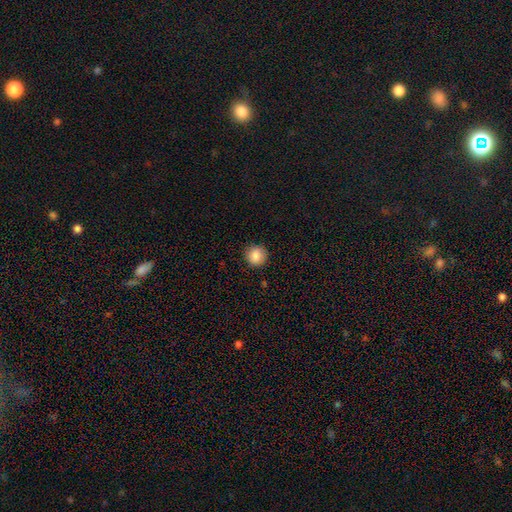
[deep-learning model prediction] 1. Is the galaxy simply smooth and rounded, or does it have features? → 87% smooth, 9% star or artifact, 4% featured or disk.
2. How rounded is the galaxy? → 94% round, 5% in between, 1% cigar-shaped.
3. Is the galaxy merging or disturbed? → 91% none, 6% minor disturbance, 2% major disturbance, 1% merger.